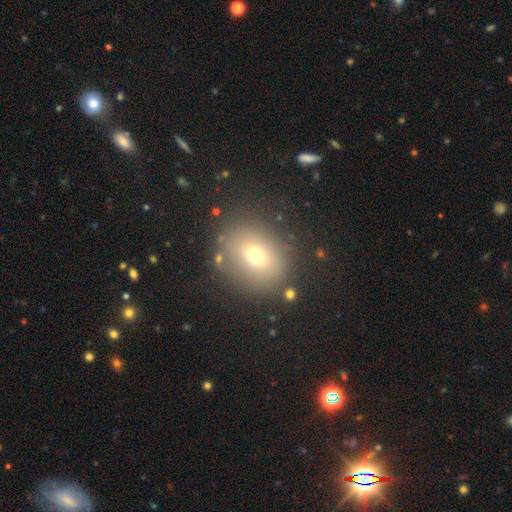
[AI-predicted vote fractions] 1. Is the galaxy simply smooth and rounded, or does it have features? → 68% smooth, 17% star or artifact, 16% featured or disk.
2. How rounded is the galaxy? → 54% round, 44% in between, 1% cigar-shaped.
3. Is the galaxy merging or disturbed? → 81% none, 11% minor disturbance, 5% major disturbance, 3% merger.